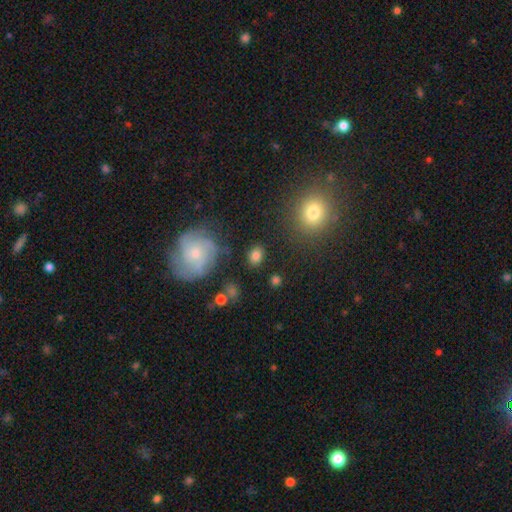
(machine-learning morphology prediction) This appears to be a smooth galaxy with no disk features (80%) that is in between round and cigar-shaped (54%). Merging: none (83%).